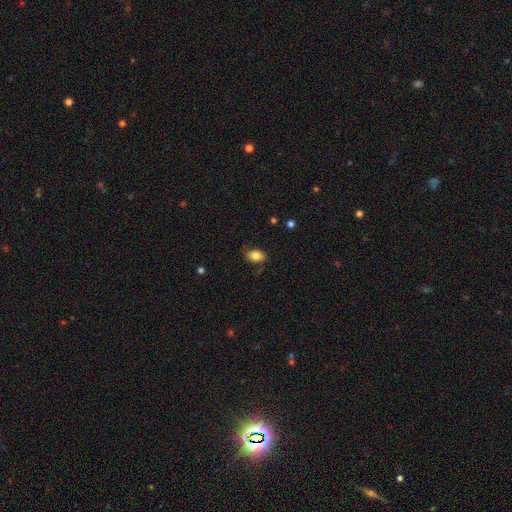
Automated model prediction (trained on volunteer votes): Smooth or featured?
  - smooth: 81% *
  - featured or disk: 10%
  - star or artifact: 9%
How rounded?
  - in between: 82% *
  - round: 16%
  - cigar-shaped: 1%
Merging?
  - none: 75% *
  - minor disturbance: 19%
  - major disturbance: 5%
  - merger: 2%